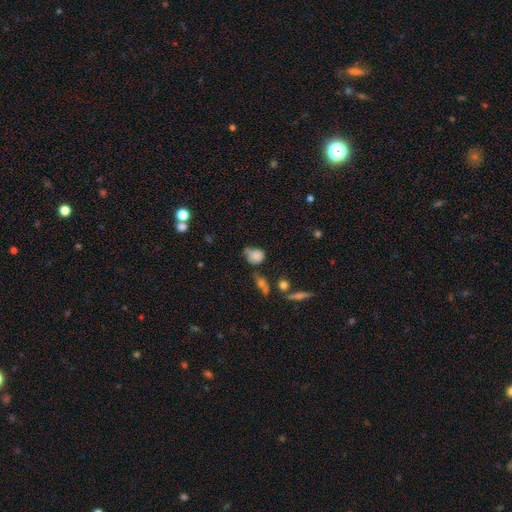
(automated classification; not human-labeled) smooth-or-featured: smooth: 75% | featured or disk: 14% | star or artifact: 12%
  how-rounded: round: 49% | in between: 48% | cigar-shaped: 2%
  merging: minor disturbance: 36% | none: 31% | major disturbance: 20% | merger: 13%